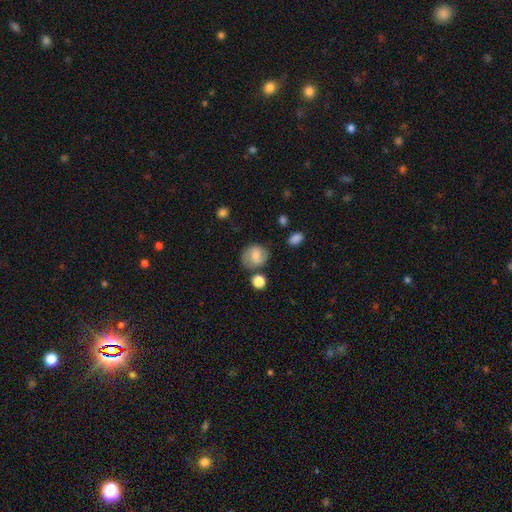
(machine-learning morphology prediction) type=smooth (64%); roundness=round (65%); merging=none (69%).